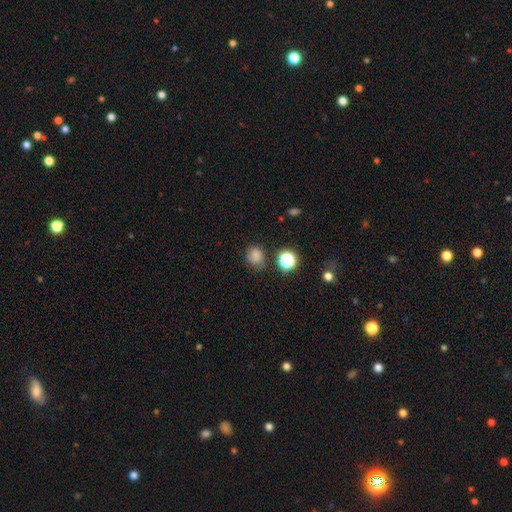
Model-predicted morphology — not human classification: A smooth galaxy with no disk features (71%) that is round (69%).

Vote fractions:
- Smooth or featured? smooth: 71% / star or artifact: 18% / featured or disk: 10%
- How rounded? round: 69% / in between: 30% / cigar-shaped: 1%
- Merging? none: 63% / minor disturbance: 24% / major disturbance: 9% / merger: 4%